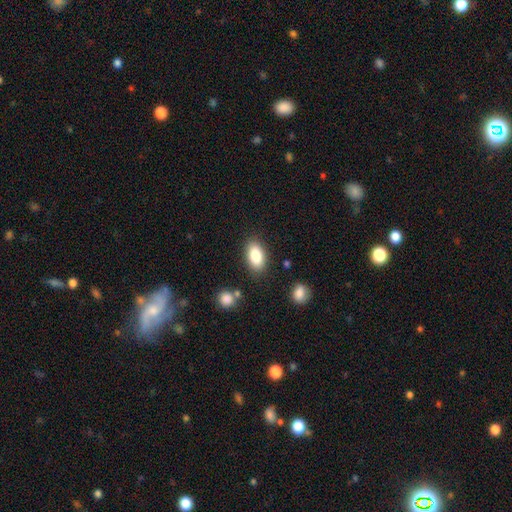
Q: Smooth or featured?
A: smooth (89%); runner-up: featured or disk (5%)
Q: How rounded?
A: in between (82%); runner-up: round (12%)
Q: Merging?
A: none (81%); runner-up: minor disturbance (14%)